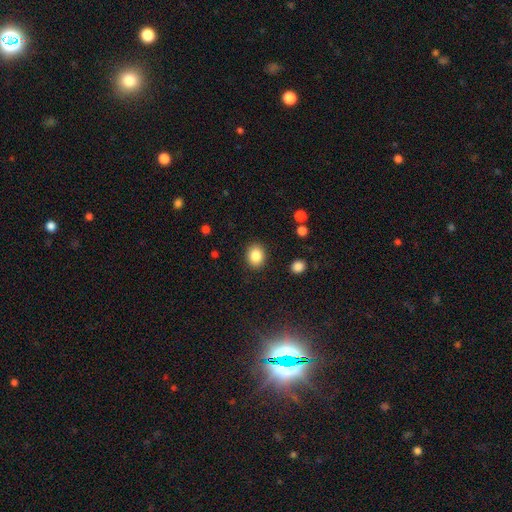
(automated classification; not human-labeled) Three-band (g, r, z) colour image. It shows a smooth galaxy with no disk features (85%) that is round (56%). Merging: none (89%).